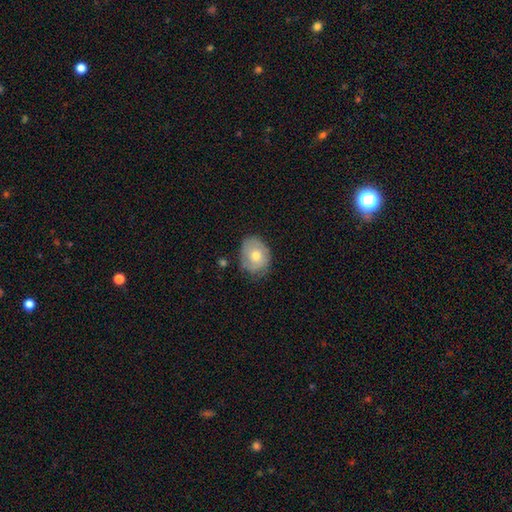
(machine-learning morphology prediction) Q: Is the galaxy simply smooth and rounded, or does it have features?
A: smooth — 62%.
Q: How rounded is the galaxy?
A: round — 53%.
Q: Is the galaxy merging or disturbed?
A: none — 64%.